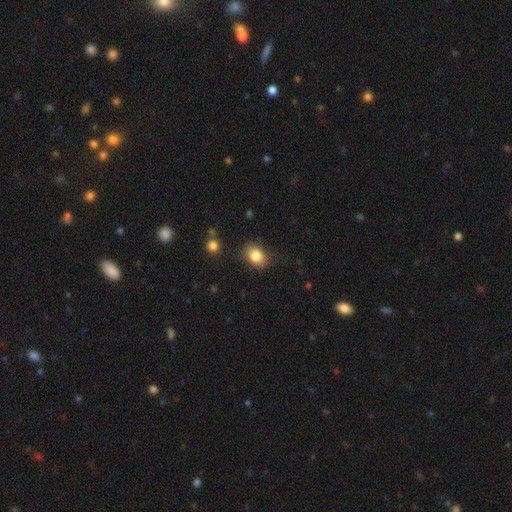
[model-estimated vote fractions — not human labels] Smooth or featured?
  - smooth: 84% *
  - star or artifact: 10%
  - featured or disk: 6%
How rounded?
  - in between: 56% *
  - round: 43%
  - cigar-shaped: 1%
Merging?
  - none: 77% *
  - minor disturbance: 17%
  - major disturbance: 4%
  - merger: 2%